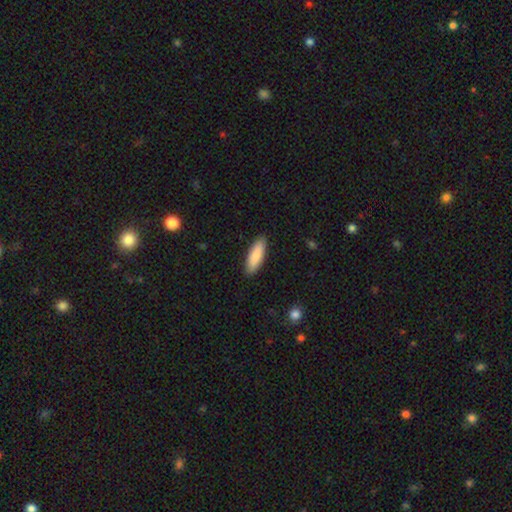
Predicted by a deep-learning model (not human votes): Smooth or featured? Predicted: smooth (p=0.86). How rounded? Predicted: in between (p=0.52). Merging? Predicted: none (p=0.89).